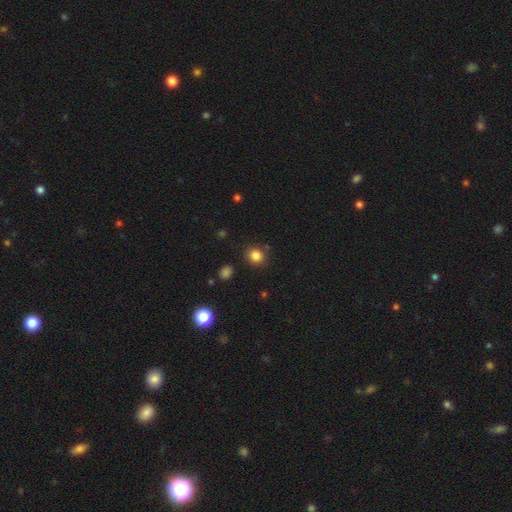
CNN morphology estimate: The model was most divided on "smooth or featured": smooth: 83%, star or artifact: 12%, featured or disk: 4%. More confident: how rounded — round (86%); merging — none (86%).